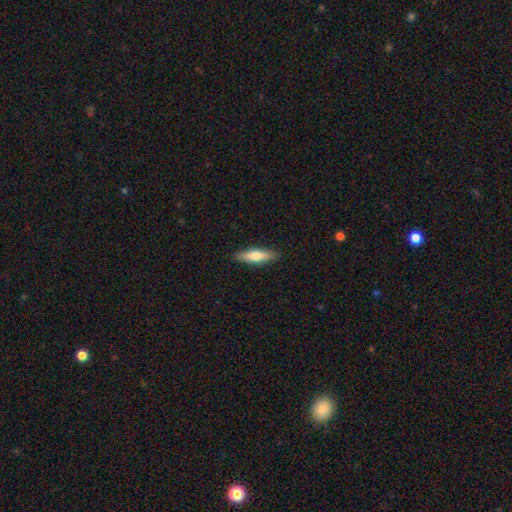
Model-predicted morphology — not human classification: Overall: smooth (67%; featured or disk 27%). How rounded: cigar-shaped (66%; in between 32%). Merging: none (89%).